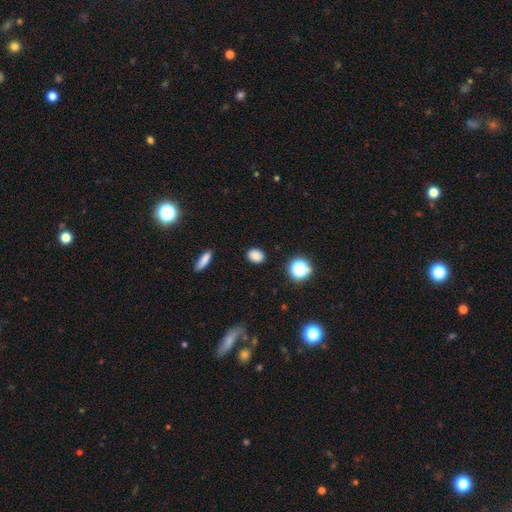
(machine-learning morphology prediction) Overall: smooth (84%). How rounded: in between (53%; round 45%). Merging: none (88%).